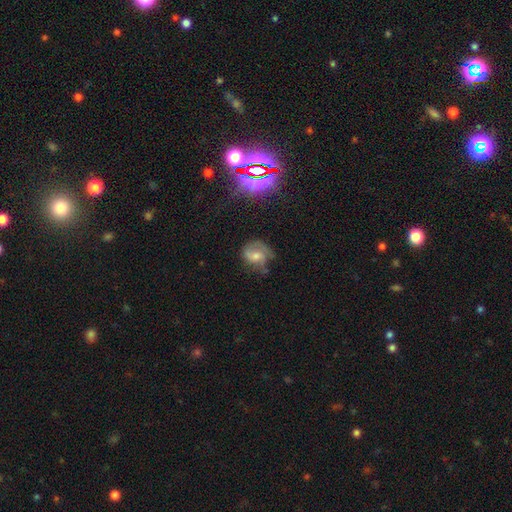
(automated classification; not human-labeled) Smooth or featured? Predicted: featured or disk (p=0.56). Edge-on disk? Predicted: no (p=0.97). Bar? Predicted: no (p=0.60). Spiral arms? Predicted: yes (p=0.81). Bulge size? Predicted: moderate (p=0.53). Merging? Predicted: none (p=0.49).